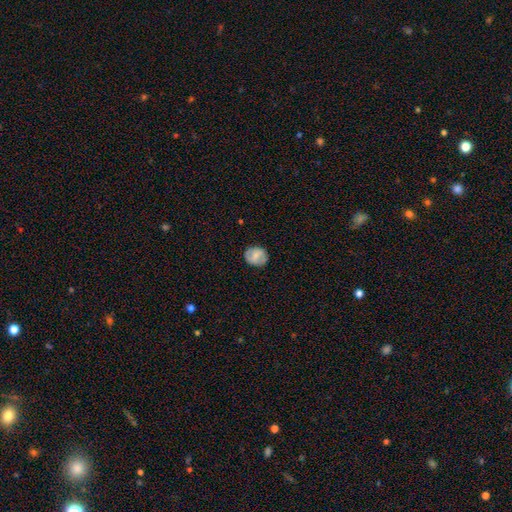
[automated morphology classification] Smooth or featured? Predicted: smooth (p=0.54). How rounded? Predicted: round (p=0.67). Merging? Predicted: none (p=0.80).